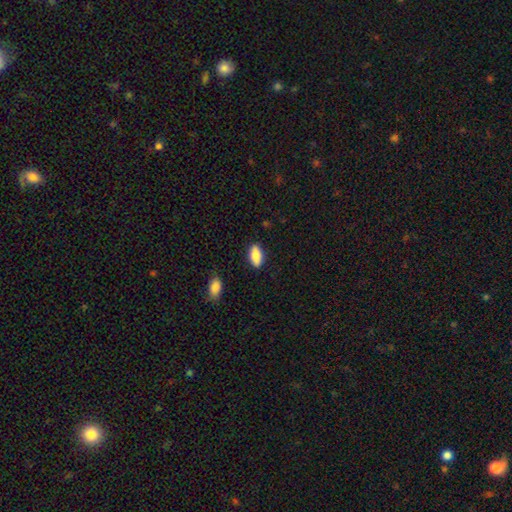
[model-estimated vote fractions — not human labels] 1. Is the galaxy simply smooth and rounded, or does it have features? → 86% smooth, 8% featured or disk, 6% star or artifact.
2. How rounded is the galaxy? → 88% in between, 9% cigar-shaped, 3% round.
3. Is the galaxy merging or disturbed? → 86% none, 10% minor disturbance, 2% major disturbance, 2% merger.